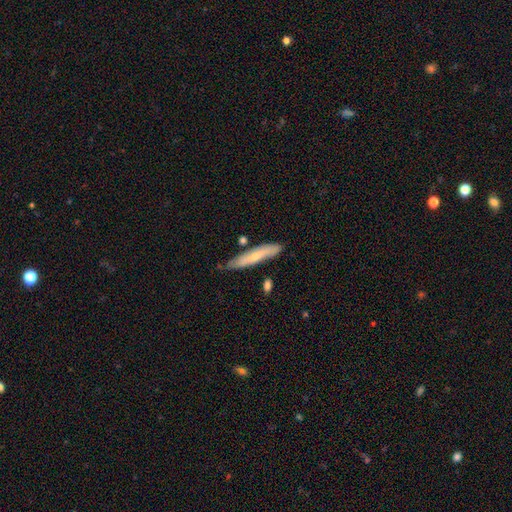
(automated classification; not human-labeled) smooth 58%, featured or disk 36%, star or artifact 6%. Down the decision tree: how rounded — cigar-shaped (88%); merging — none (71%).